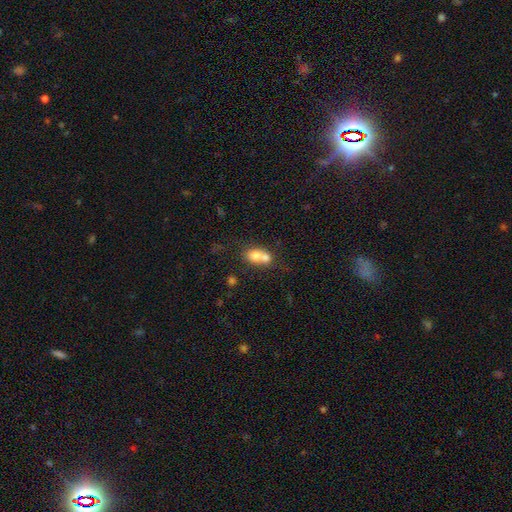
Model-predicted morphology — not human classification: Smooth or featured? smooth (70%)
How rounded? round (50%)
Merging? merger (65%)